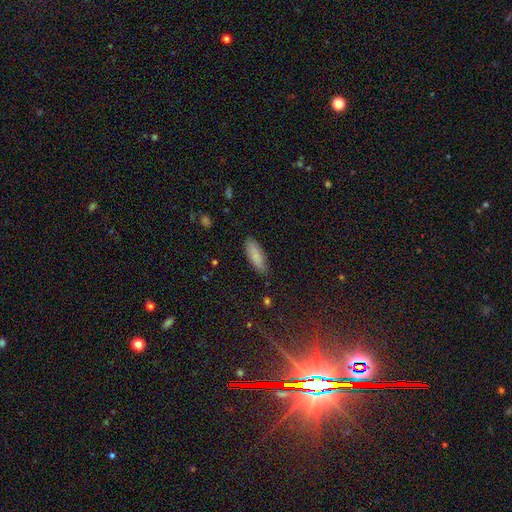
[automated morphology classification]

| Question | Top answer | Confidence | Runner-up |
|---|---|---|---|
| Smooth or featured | smooth | 85% | featured or disk (8%) |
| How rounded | in between | 60% | cigar-shaped (38%) |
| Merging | none | 83% | minor disturbance (13%) |